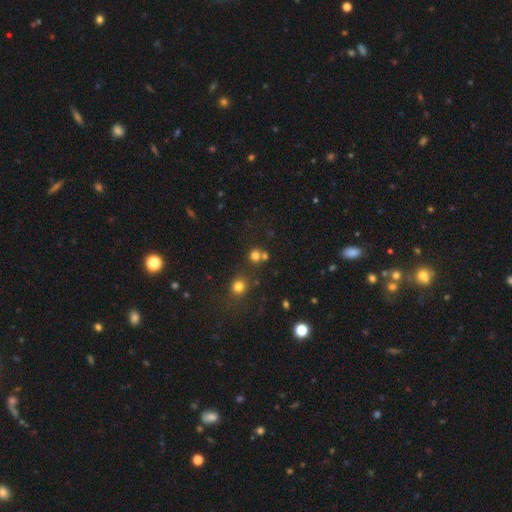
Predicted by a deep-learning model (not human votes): Smooth or featured? smooth (72%)
How rounded? round (88%)
Merging? none (65%)